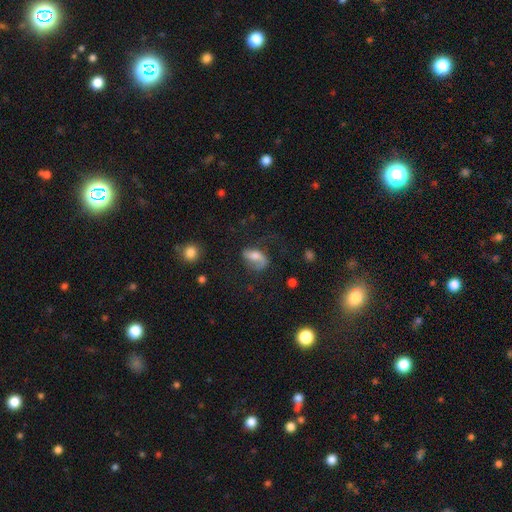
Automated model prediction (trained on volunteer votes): Smooth or featured: featured or disk — 48% (smooth — 42%)
Merging: none — 41% (major disturbance — 34%)